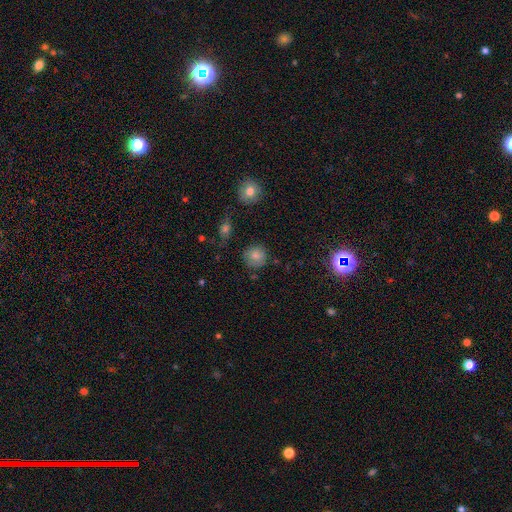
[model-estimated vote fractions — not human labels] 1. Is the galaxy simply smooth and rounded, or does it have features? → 79% smooth, 11% featured or disk, 10% star or artifact.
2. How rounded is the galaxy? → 88% round, 11% in between, 1% cigar-shaped.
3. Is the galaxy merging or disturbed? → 76% none, 17% minor disturbance, 4% major disturbance, 2% merger.